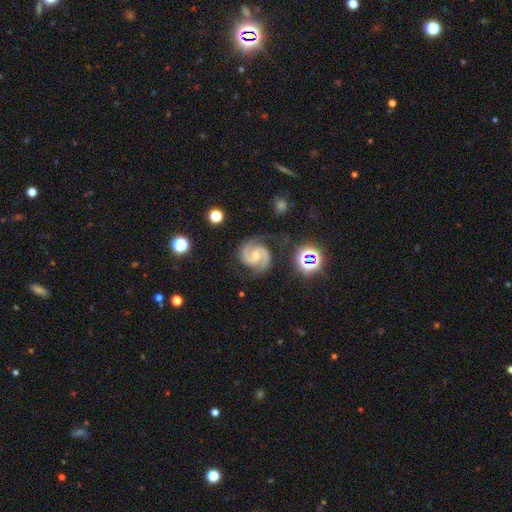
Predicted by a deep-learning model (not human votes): Smooth or featured? featured or disk (91%)
Edge-on disk? no (98%)
Bar? no (44%)
Spiral arms? yes (99%)
Spiral winding? medium (58%)
Spiral arm count? 2 (94%)
Bulge size? small (47%)
Merging? none (78%)